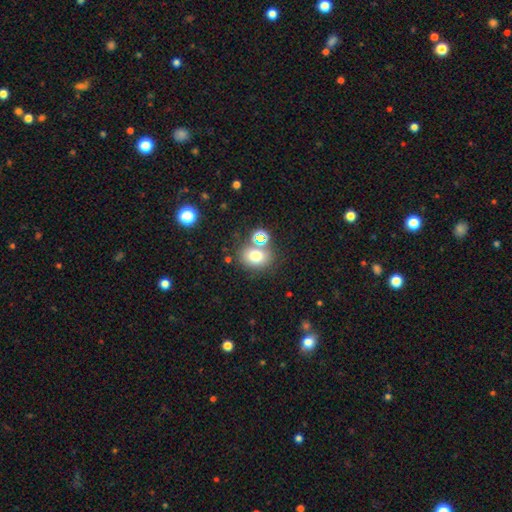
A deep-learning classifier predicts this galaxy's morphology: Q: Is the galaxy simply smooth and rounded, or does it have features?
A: smooth — 72%.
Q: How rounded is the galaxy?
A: round — 54%.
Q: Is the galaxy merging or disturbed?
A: none — 66%.